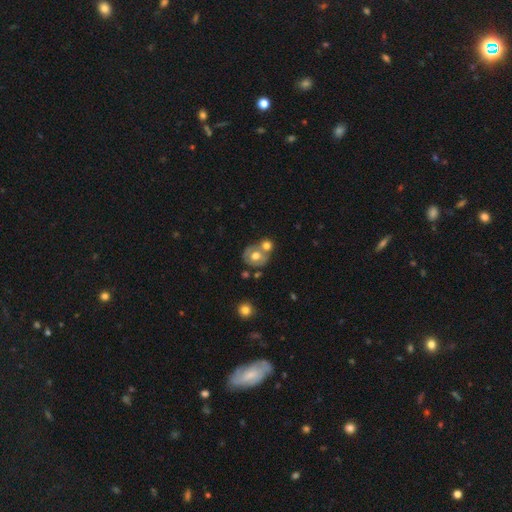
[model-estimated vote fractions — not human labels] A smooth galaxy with no disk features (49%).

Vote fractions:
- Smooth or featured? smooth: 49% / featured or disk: 43% / star or artifact: 8%
- Merging? merger: 42% / none: 39% / minor disturbance: 12% / major disturbance: 6%